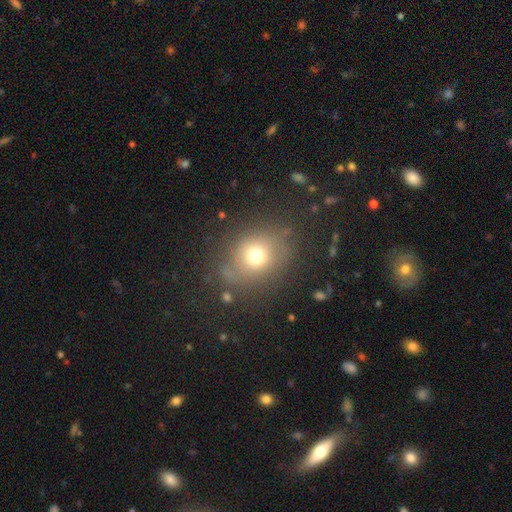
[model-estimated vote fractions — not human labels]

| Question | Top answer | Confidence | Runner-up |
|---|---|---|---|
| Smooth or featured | smooth | 69% | featured or disk (16%) |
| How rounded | round | 66% | in between (33%) |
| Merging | none | 70% | minor disturbance (17%) |